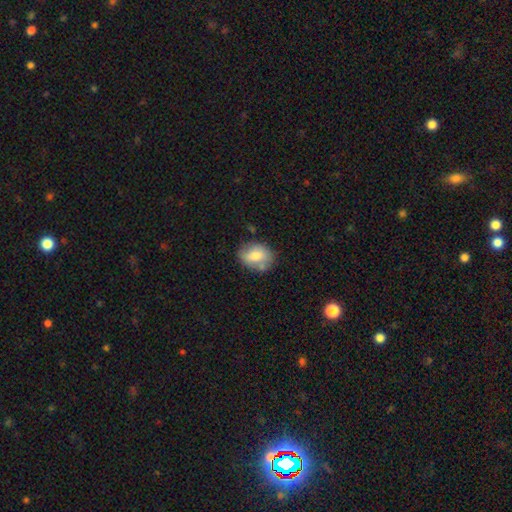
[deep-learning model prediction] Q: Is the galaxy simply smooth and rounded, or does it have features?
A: smooth — 70%.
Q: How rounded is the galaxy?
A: in between — 65%.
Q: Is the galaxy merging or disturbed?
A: none — 64%.